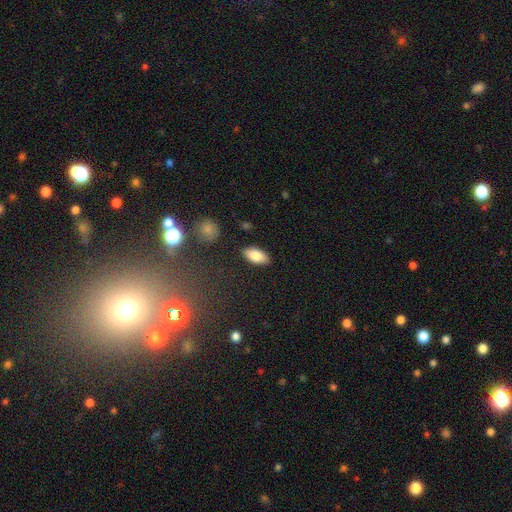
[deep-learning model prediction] Smooth or featured? smooth (82%)
How rounded? in between (92%)
Merging? none (88%)